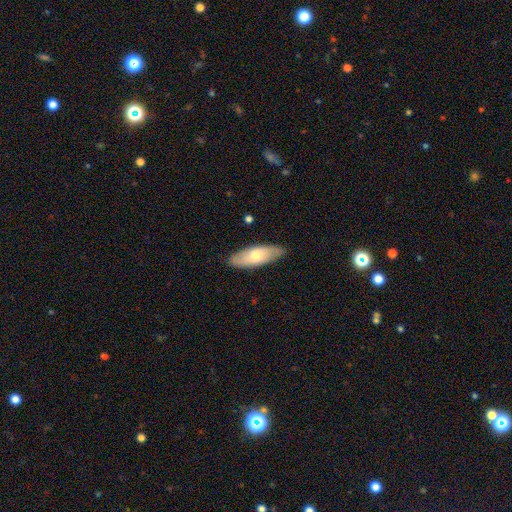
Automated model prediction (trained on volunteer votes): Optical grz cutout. It shows a smooth galaxy with no disk features (63%) that is in between round and cigar-shaped (69%). Merging: none (86%).